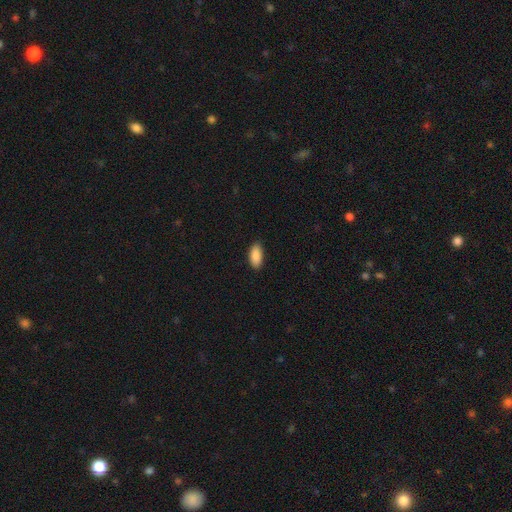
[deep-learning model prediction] Smooth or featured? Predicted: smooth (p=0.90). How rounded? Predicted: in between (p=0.90). Merging? Predicted: none (p=0.88).